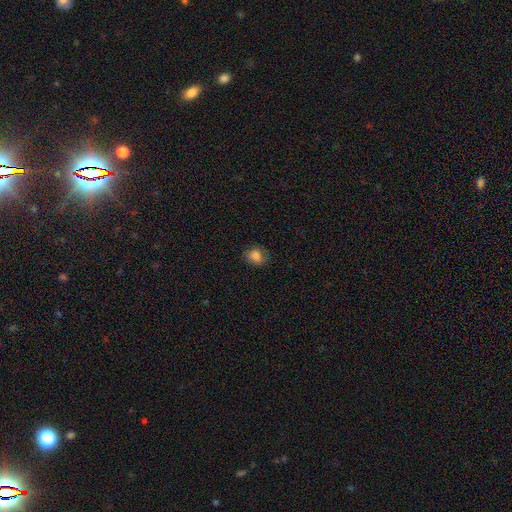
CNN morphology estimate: This is clearly a smooth galaxy (83%). How rounded: possibly round (59%). Merging: likely none (79%).